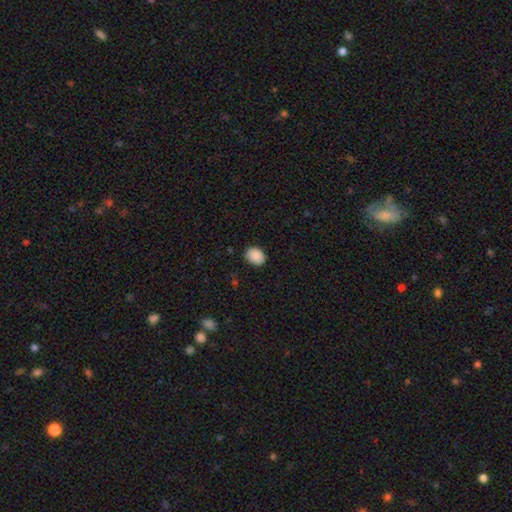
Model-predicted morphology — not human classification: The model was most divided on "how rounded": in between: 61%, round: 38%, cigar-shaped: 1%. More confident: smooth or featured — smooth (89%); merging — none (83%).